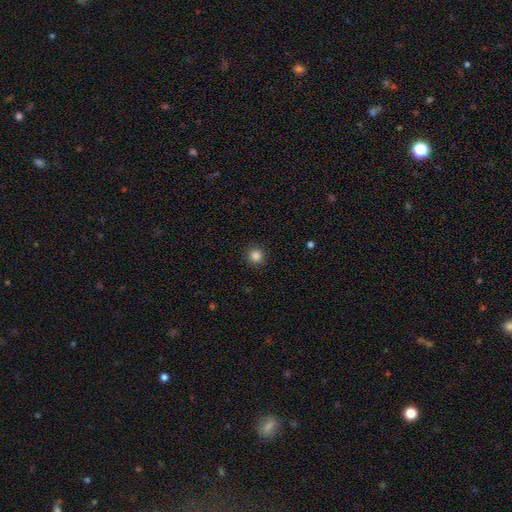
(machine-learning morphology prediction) smooth 85%, star or artifact 11%, featured or disk 3%. Down the decision tree: how rounded — round (95%); merging — none (92%).